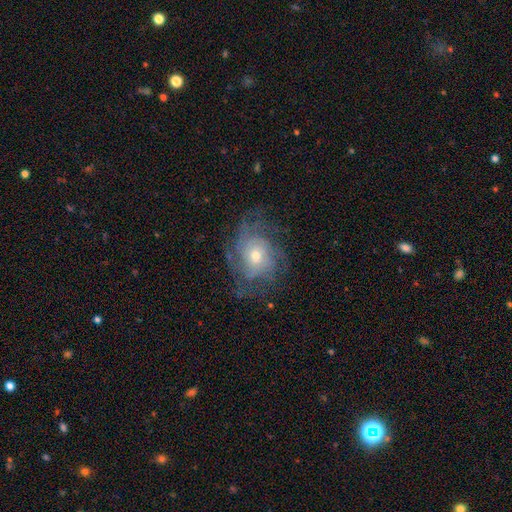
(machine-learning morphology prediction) smooth_or_featured: featured or disk (p=0.76) [alt: smooth p=0.16]
disk_edge_on: no (p=0.97) [alt: yes p=0.03]
bar: no (p=0.79) [alt: weak p=0.18]
has_spiral_arms: yes (p=0.89) [alt: no p=0.11]
spiral_winding: tight (p=0.55) [alt: medium p=0.33]
spiral_arm_count: can't tell (p=0.44) [alt: 3 p=0.15]
bulge_size: moderate (p=0.54) [alt: small p=0.40]
merging: none (p=0.67) [alt: minor disturbance p=0.19]